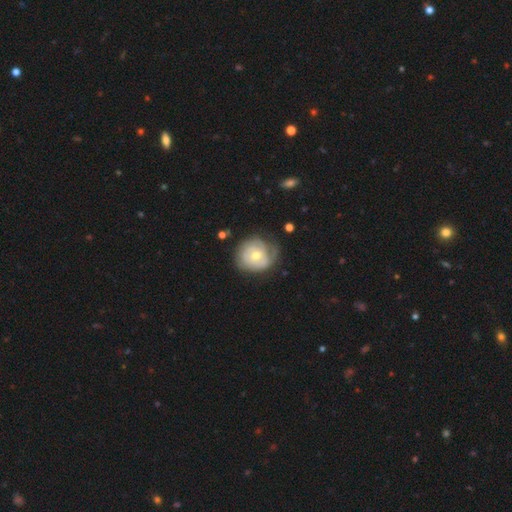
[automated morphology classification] smooth_or_featured: featured or disk (p=0.65) [alt: smooth p=0.29]
disk_edge_on: no (p=0.97) [alt: yes p=0.03]
bar: no (p=0.76) [alt: weak p=0.20]
has_spiral_arms: yes (p=0.78) [alt: no p=0.22]
bulge_size: moderate (p=0.63) [alt: small p=0.33]
merging: none (p=0.59) [alt: minor disturbance p=0.26]